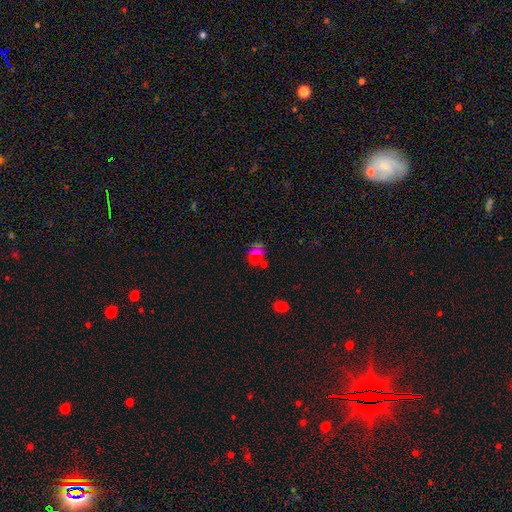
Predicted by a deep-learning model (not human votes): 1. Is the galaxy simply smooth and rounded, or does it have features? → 55% smooth, 34% star or artifact, 11% featured or disk.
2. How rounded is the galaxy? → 56% round, 41% in between, 3% cigar-shaped.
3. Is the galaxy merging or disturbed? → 77% none, 12% minor disturbance, 5% merger, 5% major disturbance.